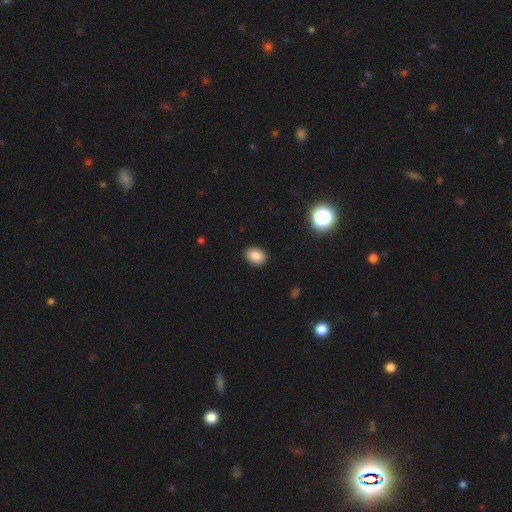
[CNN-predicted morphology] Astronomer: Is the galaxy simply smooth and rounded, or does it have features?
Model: smooth — 85%.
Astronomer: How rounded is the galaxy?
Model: in between — 58% (runner-up: round, 41%).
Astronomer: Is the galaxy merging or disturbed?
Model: none — 90%.